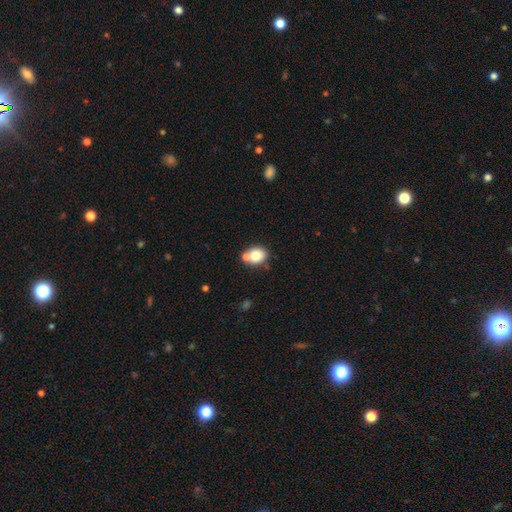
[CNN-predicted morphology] This appears to be a smooth galaxy with no disk features (78%) that is round (58%). Merging: none (54%).